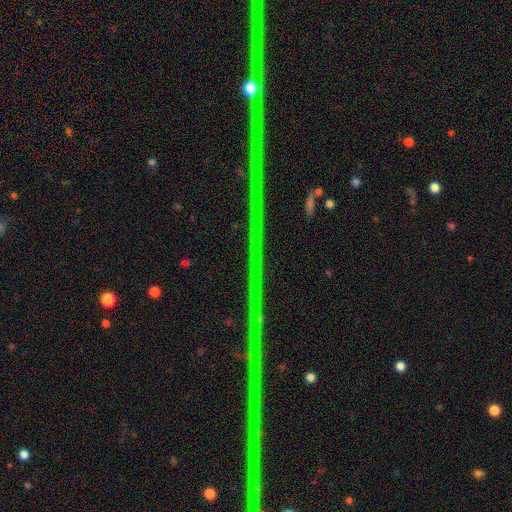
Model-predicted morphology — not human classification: Smooth or featured: star or artifact — 86% (featured or disk — 10%)